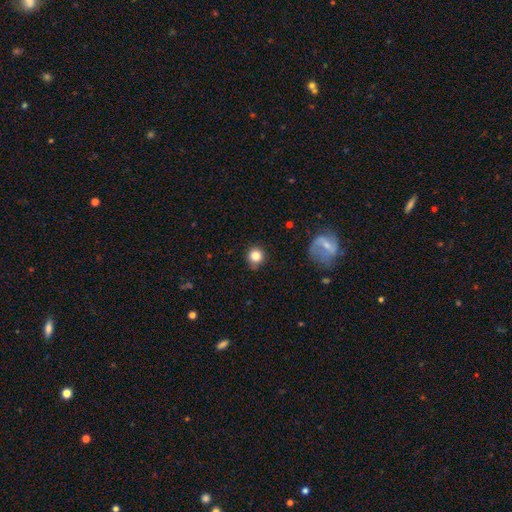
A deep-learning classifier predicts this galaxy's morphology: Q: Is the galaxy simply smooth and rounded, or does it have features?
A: smooth — 81%.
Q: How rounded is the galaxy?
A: round — 90%.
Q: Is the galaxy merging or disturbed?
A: none — 84%.